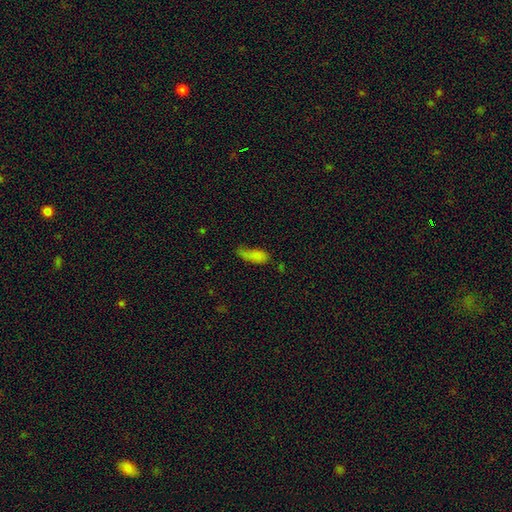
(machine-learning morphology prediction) Smooth or featured?
  - smooth: 77% *
  - featured or disk: 12%
  - star or artifact: 11%
How rounded?
  - in between: 78% *
  - cigar-shaped: 18%
  - round: 3%
Merging?
  - none: 35% *
  - minor disturbance: 32%
  - major disturbance: 24%
  - merger: 9%